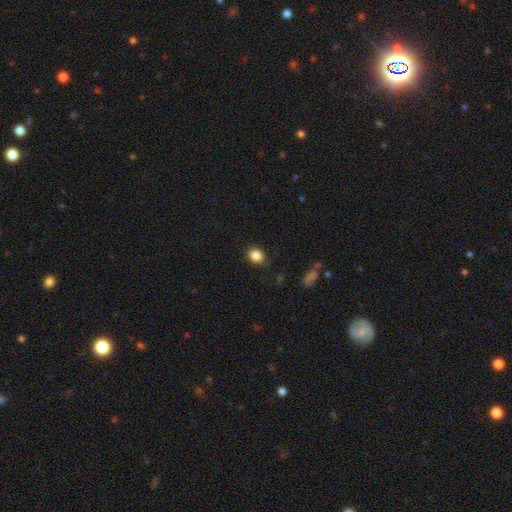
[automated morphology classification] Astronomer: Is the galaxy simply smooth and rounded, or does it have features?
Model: smooth — 85%.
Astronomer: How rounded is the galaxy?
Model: round — 64%.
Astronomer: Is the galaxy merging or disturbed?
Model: none — 84%.